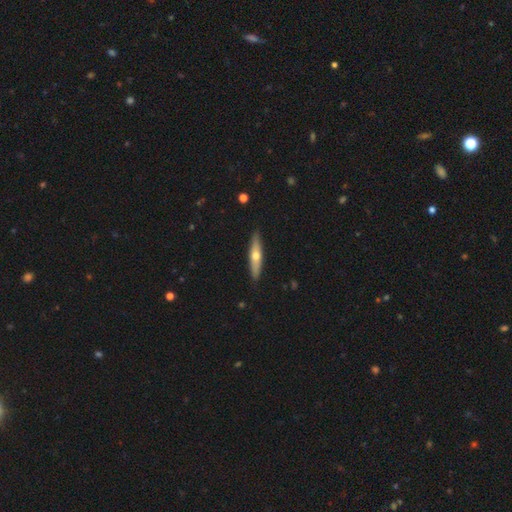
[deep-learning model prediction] Morphology: type=featured or disk (48%); merging=none (89%).